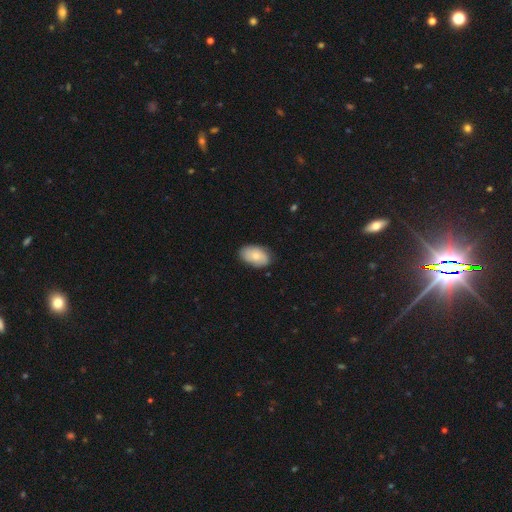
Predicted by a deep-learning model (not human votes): Q: Smooth or featured?
A: smooth (78%); runner-up: featured or disk (16%)
Q: How rounded?
A: in between (93%); runner-up: round (6%)
Q: Merging?
A: none (80%); runner-up: minor disturbance (16%)